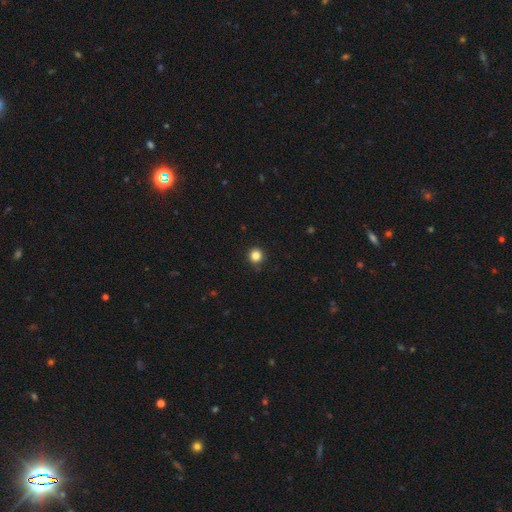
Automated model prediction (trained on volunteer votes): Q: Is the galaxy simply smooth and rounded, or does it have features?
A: smooth — 84%.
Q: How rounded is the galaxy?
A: round — 93%.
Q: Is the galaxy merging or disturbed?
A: none — 88%.